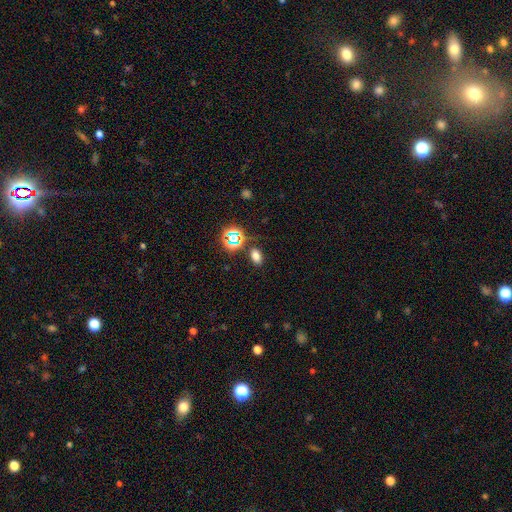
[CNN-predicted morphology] Q: Smooth or featured?
A: smooth (69%); runner-up: star or artifact (24%)
Q: How rounded?
A: in between (81%); runner-up: round (17%)
Q: Merging?
A: none (81%); runner-up: minor disturbance (11%)